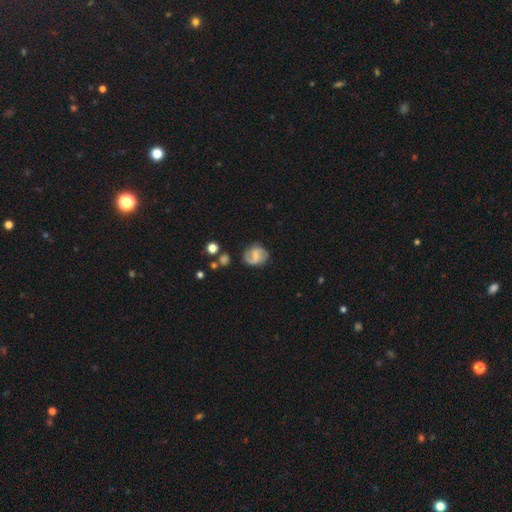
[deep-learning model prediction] This appears to be a featured or disk galaxy (60%) with a weak bar (51%), 2 (81%) medium (46%) spiral arms (88%) and a small central bulge (42%). Merging: none (71%).